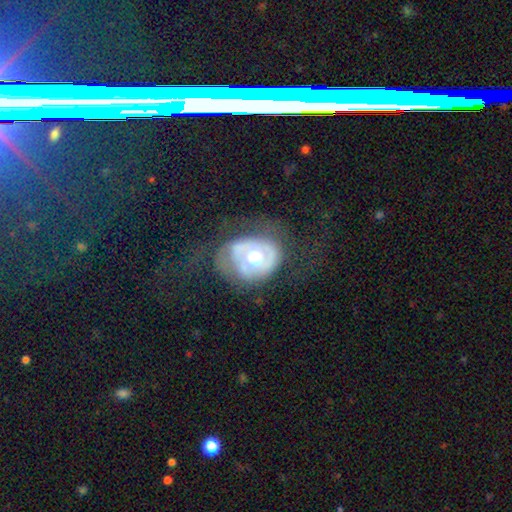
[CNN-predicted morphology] Overall: featured or disk (70%). Edge-on disk: no (96%). Bar: no (78%). Spiral arms: yes (58%; no 42%). Bulge size: moderate (70%). Merging: none (49%; major disturbance 26%).